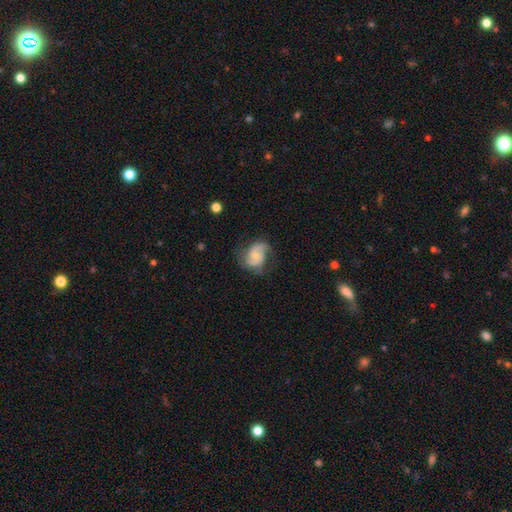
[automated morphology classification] The model was most divided on "spiral winding": medium: 48%, loose: 30%, tight: 23%. More confident: edge-on disk — no (98%); spiral arms — yes (92%); spiral arm count — 2 (77%); smooth or featured — featured or disk (71%); bar — no (60%); bulge size — small (58%); merging — none (56%).